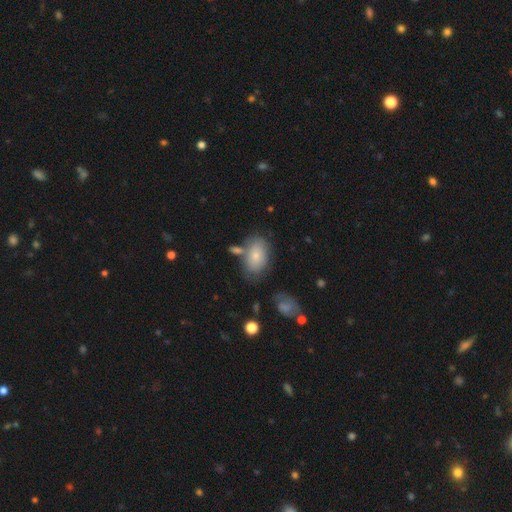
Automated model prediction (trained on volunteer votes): A smooth galaxy with no disk features (75%) that is in between round and cigar-shaped (90%).

Vote fractions:
- Smooth or featured? smooth: 75% / featured or disk: 18% / star or artifact: 7%
- How rounded? in between: 90% / round: 8% / cigar-shaped: 2%
- Merging? none: 60% / minor disturbance: 20% / merger: 14% / major disturbance: 7%